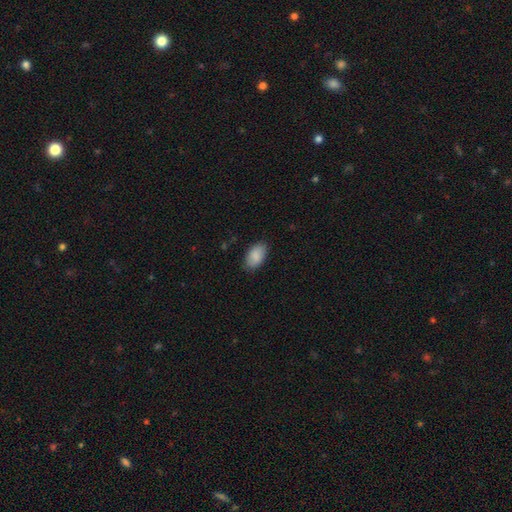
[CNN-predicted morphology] smooth_or_featured: smooth (p=0.88) [alt: star or artifact p=0.06]
how_rounded: in between (p=0.94) [alt: round p=0.04]
merging: none (p=0.85) [alt: minor disturbance p=0.12]